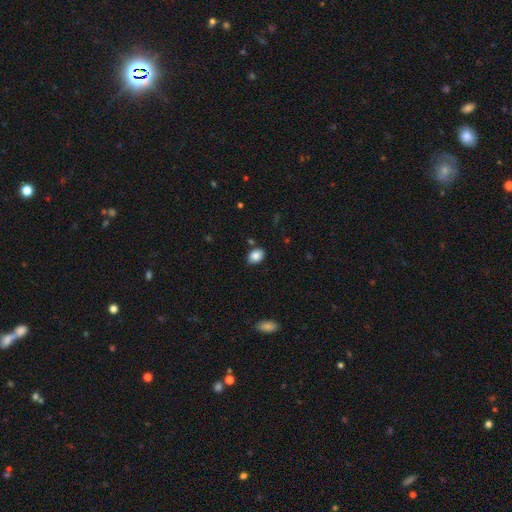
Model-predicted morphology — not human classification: This appears to be a smooth galaxy with no disk features (87%) that is in between round and cigar-shaped (76%). Merging: none (79%).